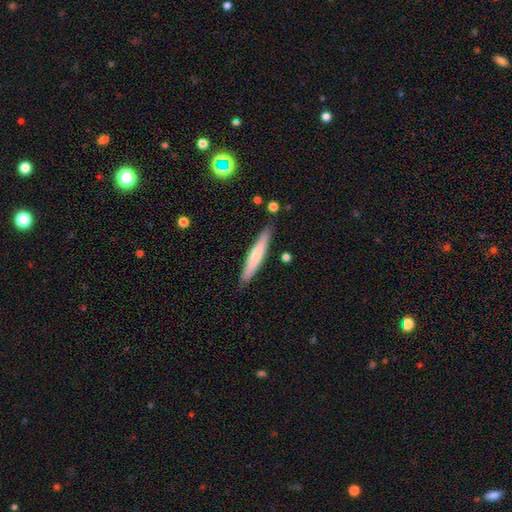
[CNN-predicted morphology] This is likely a smooth galaxy (61%). How rounded: clearly cigar-shaped (92%). Merging: clearly none (87%).